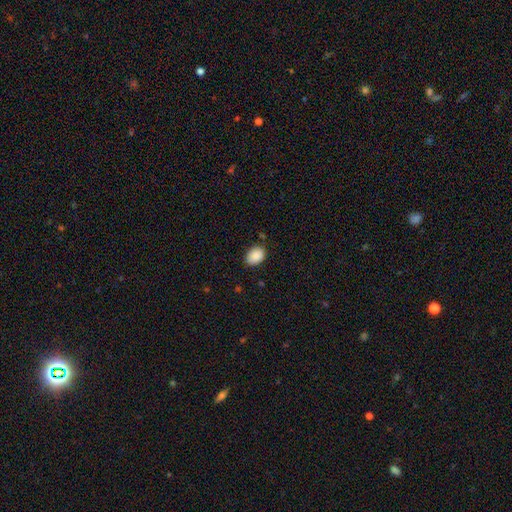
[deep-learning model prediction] A smooth galaxy with no disk features (89%) that is in between round and cigar-shaped (77%).

Vote fractions:
- Smooth or featured? smooth: 89% / star or artifact: 7% / featured or disk: 4%
- How rounded? in between: 77% / round: 22% / cigar-shaped: 1%
- Merging? none: 81% / minor disturbance: 14% / major disturbance: 3% / merger: 2%